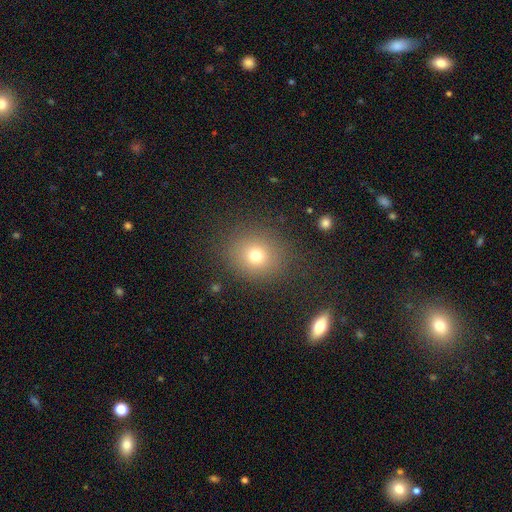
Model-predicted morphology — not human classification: Overall: smooth (73%). How rounded: round (77%). Merging: none (85%).